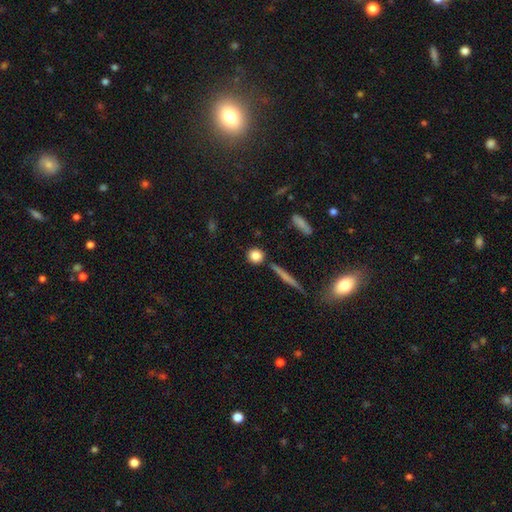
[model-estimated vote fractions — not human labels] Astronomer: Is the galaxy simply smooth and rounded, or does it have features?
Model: smooth — 82%.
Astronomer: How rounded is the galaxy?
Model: round — 87%.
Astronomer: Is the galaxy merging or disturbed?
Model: none — 82%.